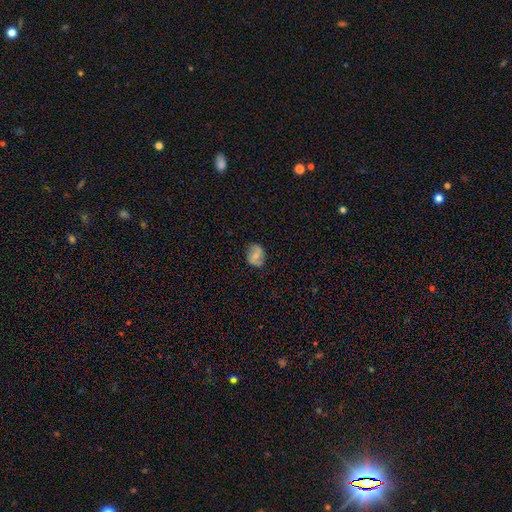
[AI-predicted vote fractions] Overall: smooth (61%; featured or disk 30%). How rounded: in between (51%; round 48%). Merging: none (78%).